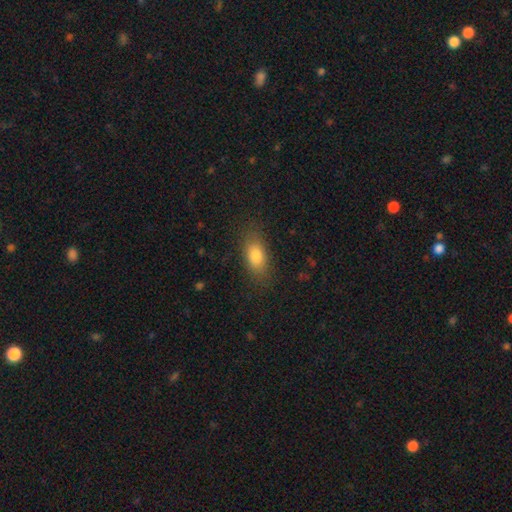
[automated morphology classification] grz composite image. It shows a smooth galaxy with no disk features (81%) that is in between round and cigar-shaped (85%). Merging: none (83%).